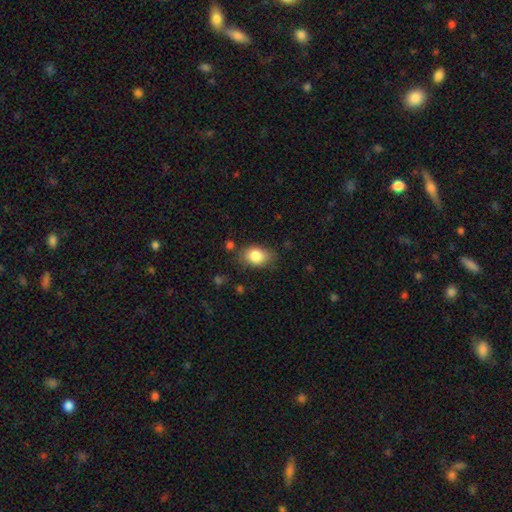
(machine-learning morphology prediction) Smooth or featured? smooth (83%)
How rounded? in between (79%)
Merging? none (75%)